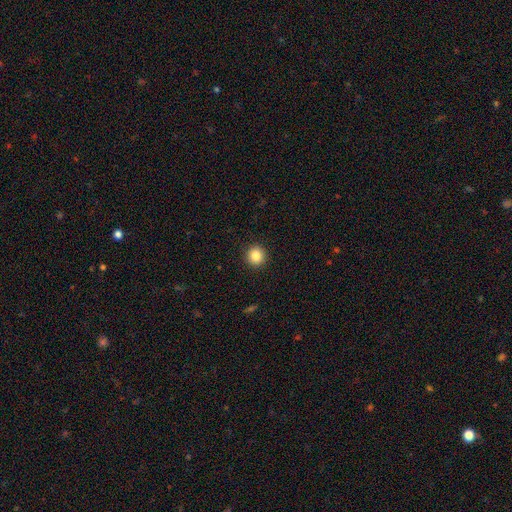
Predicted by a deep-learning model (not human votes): smooth_or_featured: smooth (p=0.86) [alt: star or artifact p=0.10]
how_rounded: round (p=0.94) [alt: in between p=0.06]
merging: none (p=0.93) [alt: minor disturbance p=0.05]